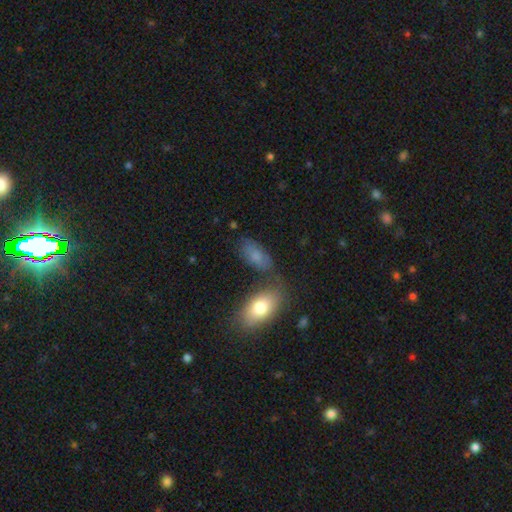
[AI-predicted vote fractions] Smooth or featured? smooth (74%)
How rounded? in between (90%)
Merging? none (57%)